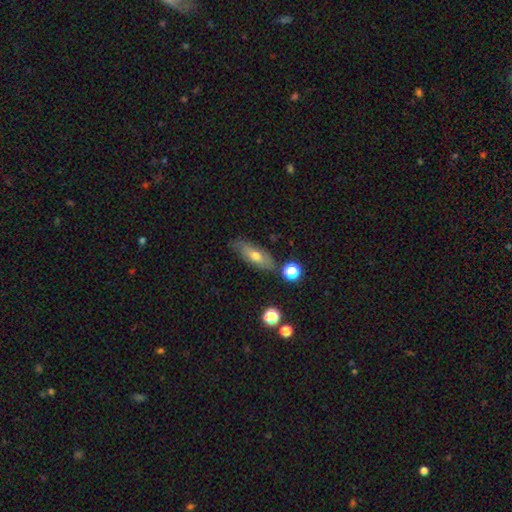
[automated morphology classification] This appears to be a smooth galaxy with no disk features (56%) that is in between round and cigar-shaped (67%). Merging: none (71%).